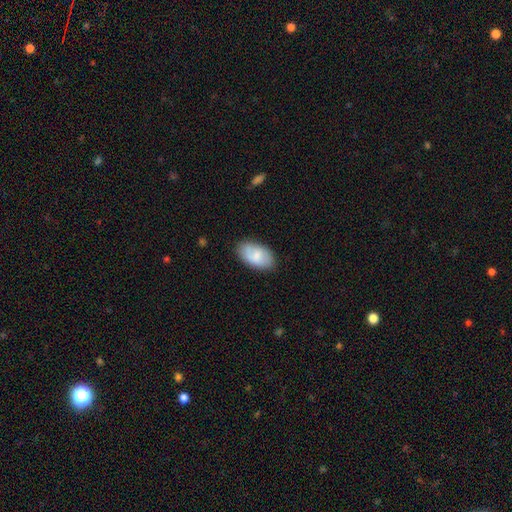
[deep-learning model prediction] smooth-or-featured: smooth: 72% | featured or disk: 22% | star or artifact: 6%
  how-rounded: in between: 94% | round: 4% | cigar-shaped: 2%
  merging: none: 78% | minor disturbance: 16% | major disturbance: 4% | merger: 2%